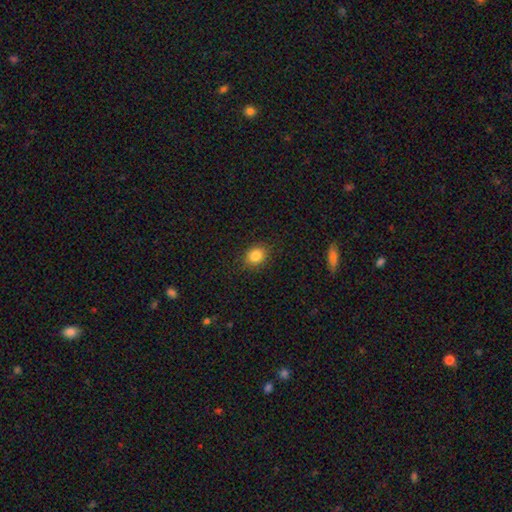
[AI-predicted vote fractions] A smooth galaxy with no disk features (84%) that is round (57%). Merging: none (86%).